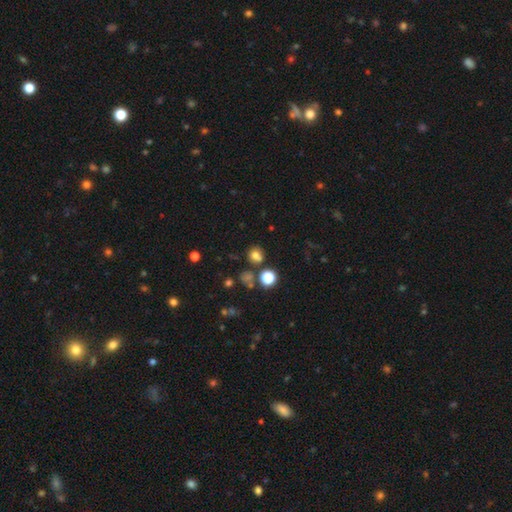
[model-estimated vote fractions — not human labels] Smooth or featured: smooth — 71% (star or artifact — 21%)
How rounded: round — 85% (in between — 14%)
Merging: none — 74% (merger — 11%)